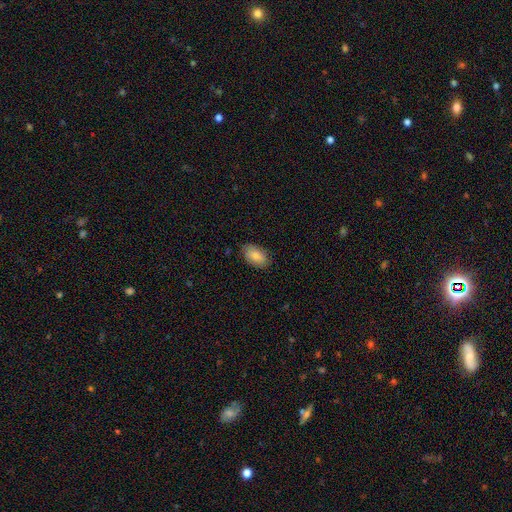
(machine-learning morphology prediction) This appears to be a smooth galaxy with no disk features (80%) that is in between round and cigar-shaped (93%). Merging: none (83%).